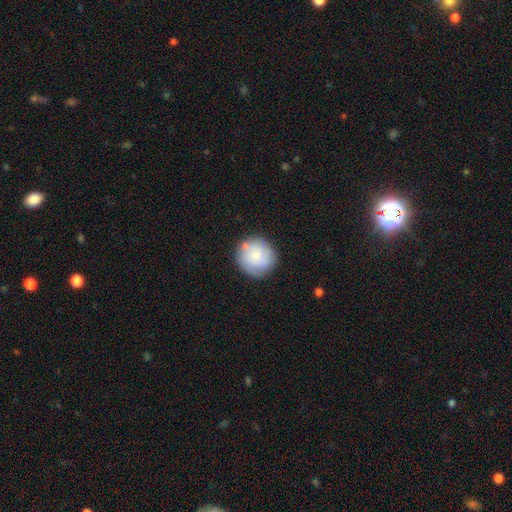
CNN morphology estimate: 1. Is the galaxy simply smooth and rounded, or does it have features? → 78% smooth, 15% featured or disk, 7% star or artifact.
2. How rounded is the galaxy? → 93% round, 6% in between, 1% cigar-shaped.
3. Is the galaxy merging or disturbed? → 79% none, 13% minor disturbance, 4% merger, 4% major disturbance.